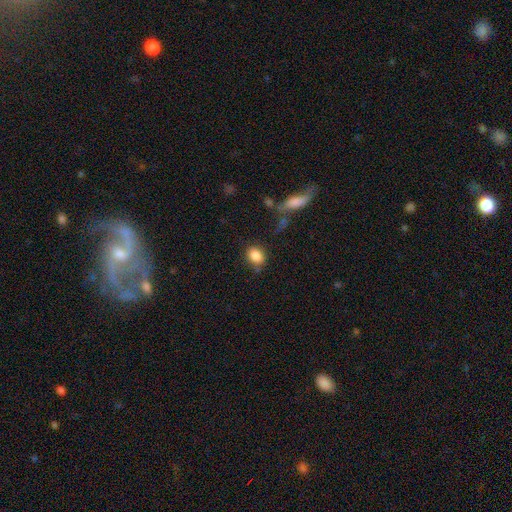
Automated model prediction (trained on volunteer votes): Smooth or featured?
  - smooth: 86% *
  - star or artifact: 9%
  - featured or disk: 5%
How rounded?
  - in between: 56% *
  - round: 42%
  - cigar-shaped: 1%
Merging?
  - none: 76% *
  - minor disturbance: 15%
  - major disturbance: 5%
  - merger: 4%